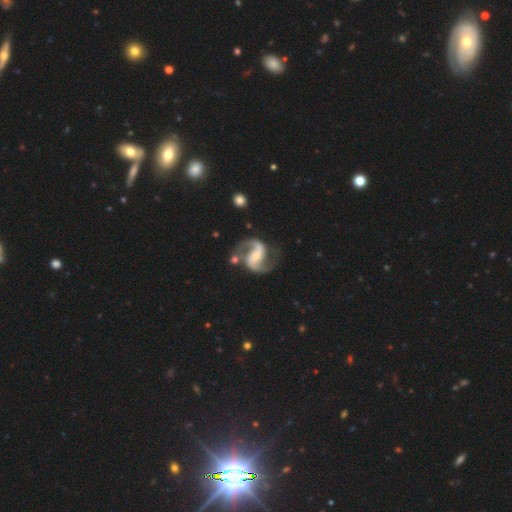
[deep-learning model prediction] Smooth or featured: featured or disk — 93% (star or artifact — 4%)
Edge-on disk: no — 98% (yes — 2%)
Bar: strong — 35% (tied with weak — 35%)
Spiral arms: yes — 98% (no — 2%)
Spiral winding: medium — 55% (loose — 34%)
Spiral arm count: 2 — 94% (can't tell — 1%)
Bulge size: small — 52% (moderate — 43%)
Merging: none — 74% (minor disturbance — 14%)